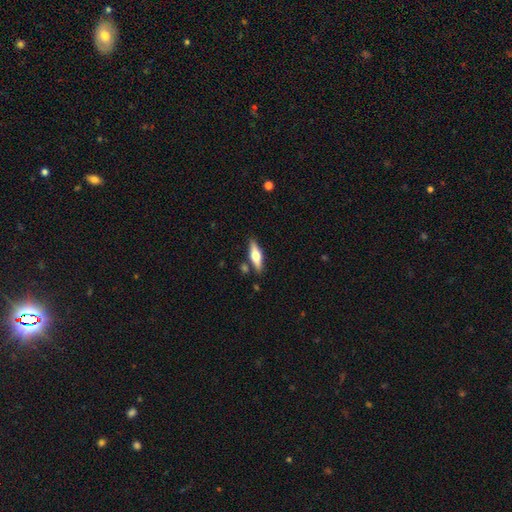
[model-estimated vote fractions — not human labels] Morphology: type=featured or disk (51%); edge-on=yes (93%); merging=none (84%).